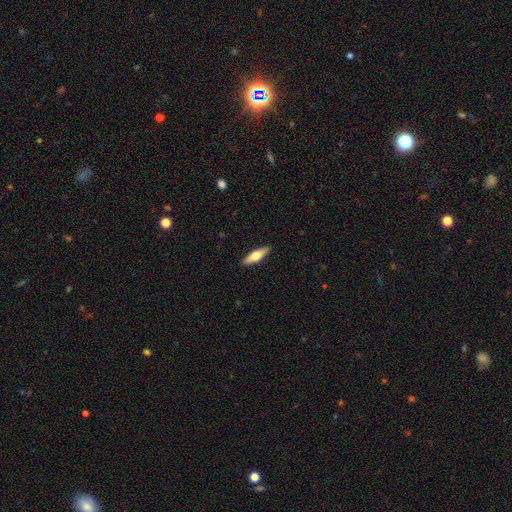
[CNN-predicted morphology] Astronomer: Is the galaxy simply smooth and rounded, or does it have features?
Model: smooth — 52% (runner-up: featured or disk, 43%).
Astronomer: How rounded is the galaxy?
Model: cigar-shaped — 54% (runner-up: in between, 43%).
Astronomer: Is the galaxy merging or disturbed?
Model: none — 90%.